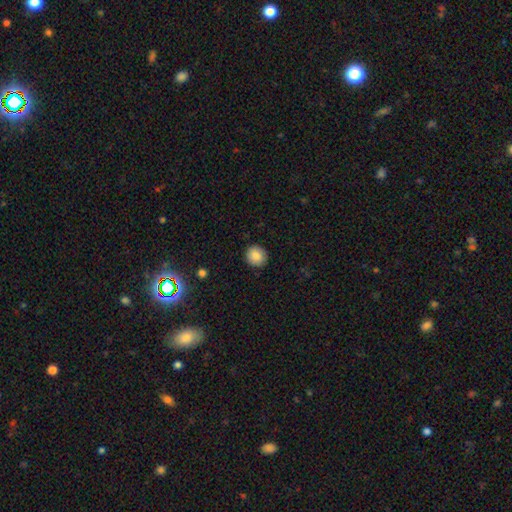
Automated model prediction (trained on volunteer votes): Smooth or featured: smooth — 85% (star or artifact — 9%)
How rounded: round — 90% (in between — 9%)
Merging: none — 90% (minor disturbance — 7%)